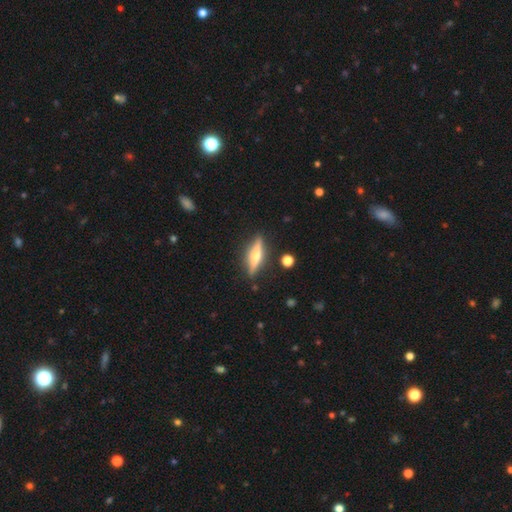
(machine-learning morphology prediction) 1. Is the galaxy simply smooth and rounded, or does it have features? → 64% featured or disk, 30% smooth, 6% star or artifact.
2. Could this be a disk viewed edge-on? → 95% yes, 5% no.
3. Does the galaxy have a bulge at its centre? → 90% rounded, 5% boxy, 4% none.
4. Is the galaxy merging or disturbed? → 86% none, 9% minor disturbance, 2% major disturbance, 2% merger.